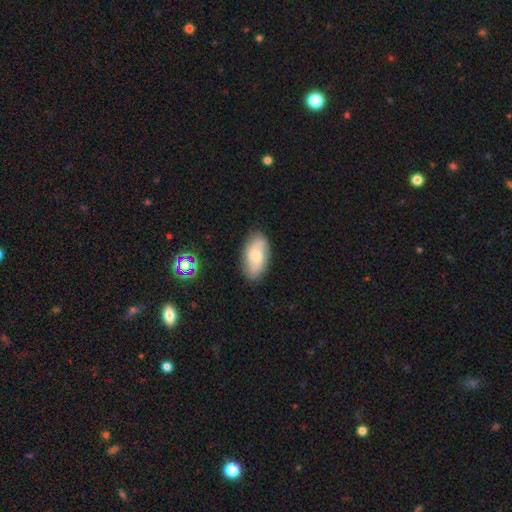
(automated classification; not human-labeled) Overall: smooth (50%; featured or disk 42%). Merging: none (81%).